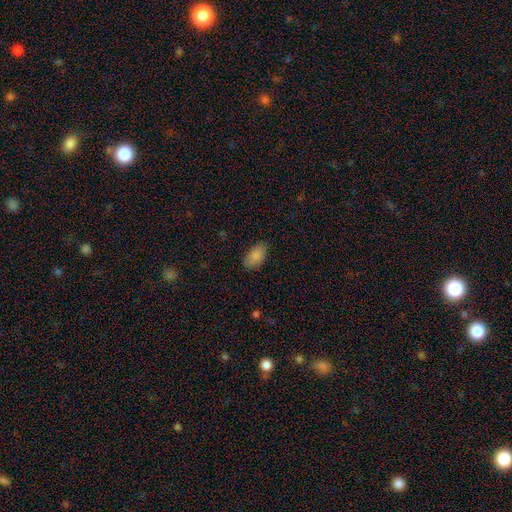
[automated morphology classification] Smooth or featured: smooth — 88% (star or artifact — 7%)
How rounded: in between — 93% (round — 4%)
Merging: none — 81% (minor disturbance — 15%)